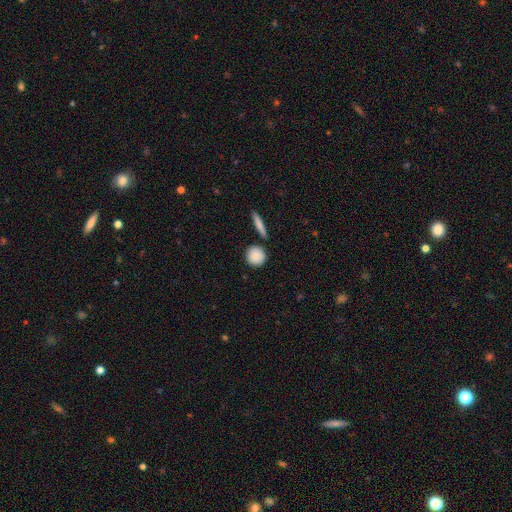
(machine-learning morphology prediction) Smooth or featured: smooth — 84% (featured or disk — 9%)
How rounded: round — 90% (in between — 8%)
Merging: none — 82% (minor disturbance — 9%)